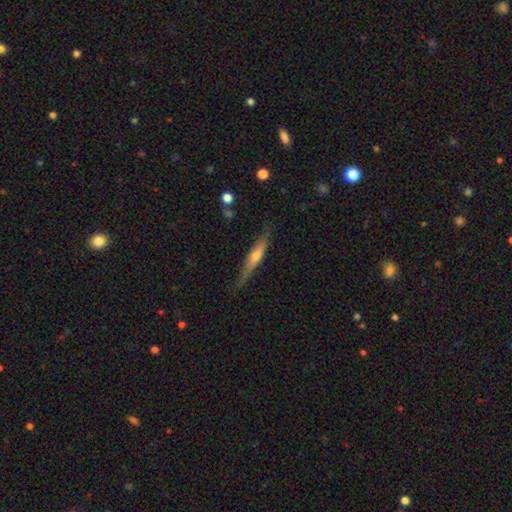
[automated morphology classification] Smooth or featured?
  - featured or disk: 62% *
  - smooth: 32%
  - star or artifact: 6%
Edge-on disk?
  - yes: 95% *
  - no: 5%
Edge-on bulge?
  - rounded: 77% *
  - none: 17%
  - boxy: 6%
Merging?
  - none: 83% *
  - minor disturbance: 13%
  - major disturbance: 2%
  - merger: 1%